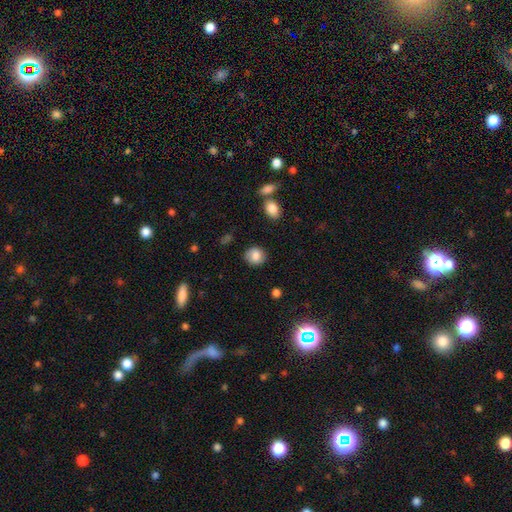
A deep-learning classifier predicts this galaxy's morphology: Smooth or featured: smooth — 83% (star or artifact — 9%)
How rounded: round — 80% (in between — 19%)
Merging: none — 85% (minor disturbance — 11%)